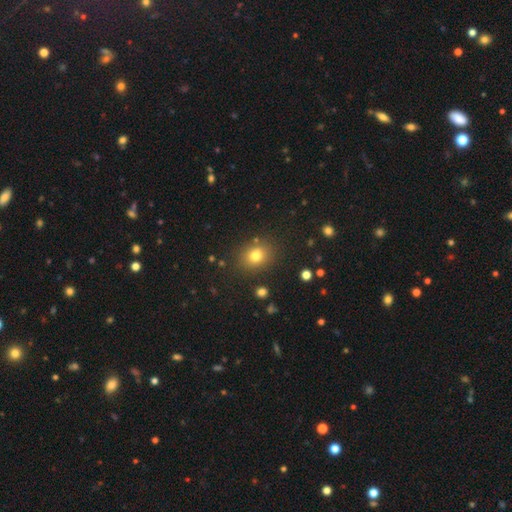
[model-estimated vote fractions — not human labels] A smooth galaxy with no disk features (77%) that is round (58%). Merging: none (84%).